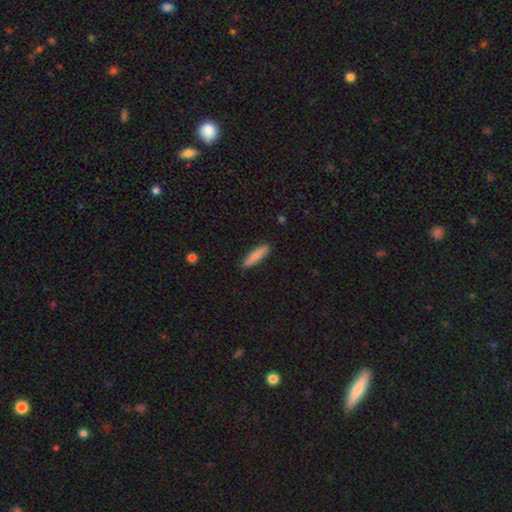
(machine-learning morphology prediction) smooth-or-featured: smooth: 83% | featured or disk: 11% | star or artifact: 6%
  how-rounded: cigar-shaped: 81% | in between: 18% | round: 1%
  merging: none: 89% | minor disturbance: 8% | major disturbance: 2% | merger: 1%